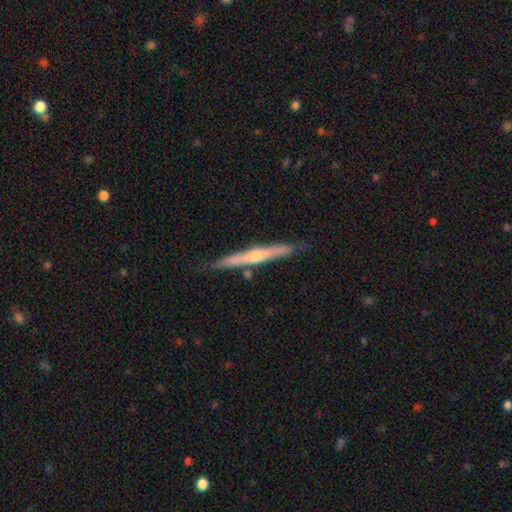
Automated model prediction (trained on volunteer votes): This is likely a featured or disk galaxy (72%). It is clearly viewed edge-on (97%). Edge-on bulge: likely rounded (80%). Merging: clearly none (86%).